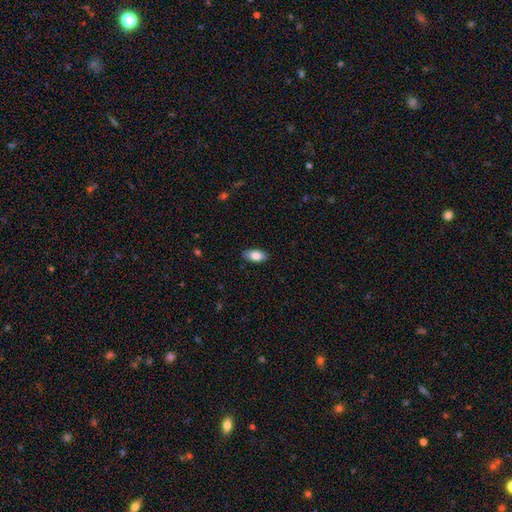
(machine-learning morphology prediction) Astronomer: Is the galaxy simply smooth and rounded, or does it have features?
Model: smooth — 84%.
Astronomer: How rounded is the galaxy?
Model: in between — 92%.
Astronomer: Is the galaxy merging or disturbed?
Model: none — 87%.